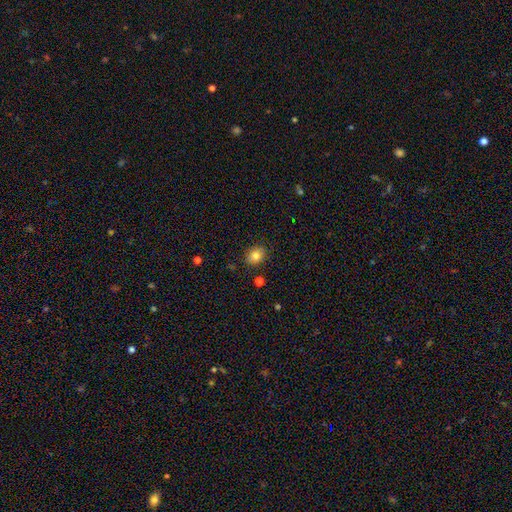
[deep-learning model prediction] Morphology: type=smooth (82%); roundness=round (52%); merging=none (88%).